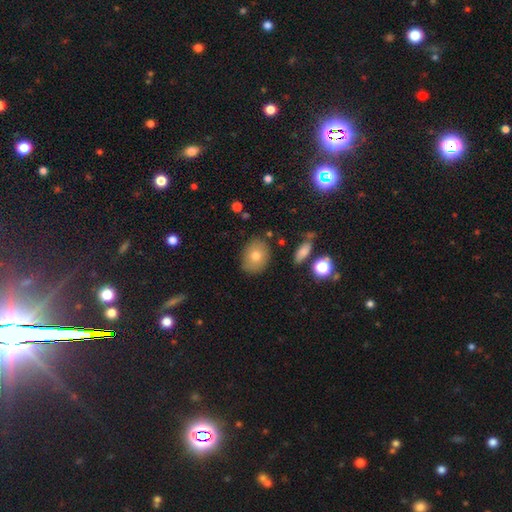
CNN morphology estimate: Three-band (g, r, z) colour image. It shows a smooth galaxy with no disk features (76%) that is in between round and cigar-shaped (59%). Merging: none (81%).